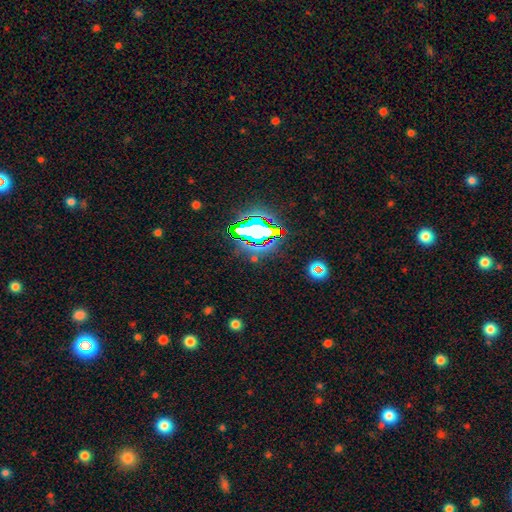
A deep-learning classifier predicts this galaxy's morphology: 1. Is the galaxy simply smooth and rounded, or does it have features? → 74% star or artifact, 15% smooth, 10% featured or disk.